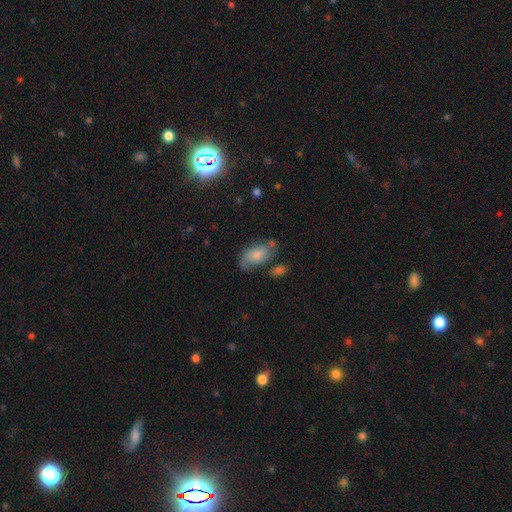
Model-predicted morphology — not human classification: A smooth galaxy with no disk features (62%) that is in between round and cigar-shaped (90%). Merging: none (56%).